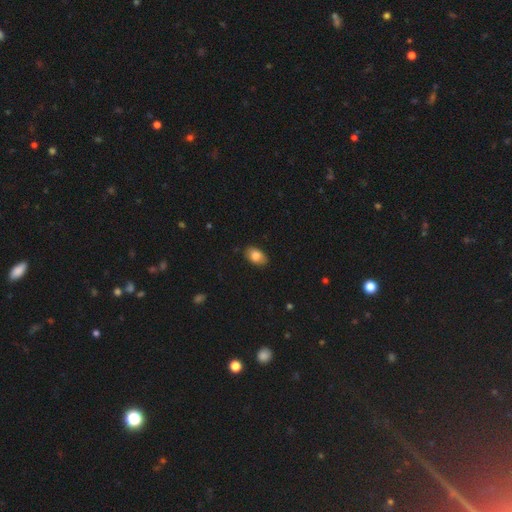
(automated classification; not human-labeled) Smooth or featured?
  - smooth: 83% *
  - featured or disk: 9%
  - star or artifact: 7%
How rounded?
  - in between: 90% *
  - round: 9%
  - cigar-shaped: 1%
Merging?
  - none: 83% *
  - minor disturbance: 14%
  - major disturbance: 2%
  - merger: 1%